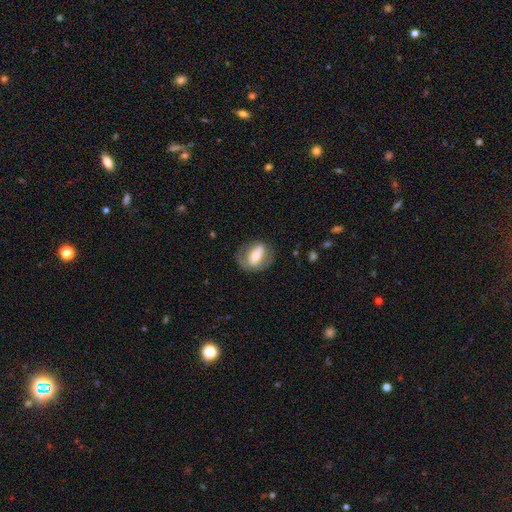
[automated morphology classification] Smooth or featured? Predicted: smooth (p=0.47). Merging? Predicted: none (p=0.61).